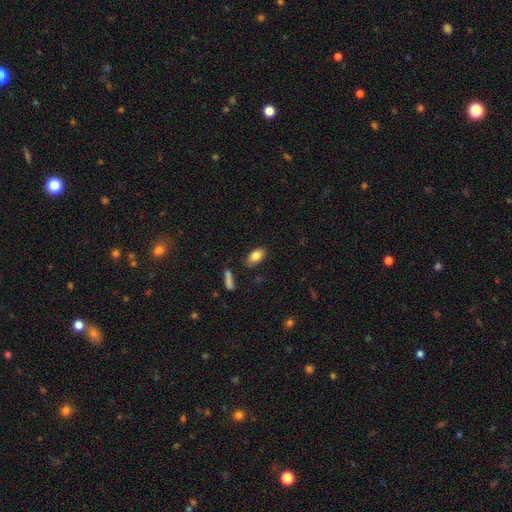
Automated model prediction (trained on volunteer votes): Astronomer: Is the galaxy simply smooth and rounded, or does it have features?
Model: smooth — 84%.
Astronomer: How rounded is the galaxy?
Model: in between — 91%.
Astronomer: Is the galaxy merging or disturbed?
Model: none — 83%.